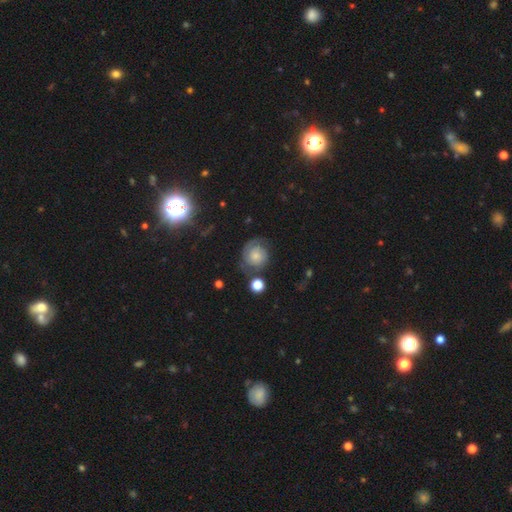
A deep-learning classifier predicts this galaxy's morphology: Smooth or featured?
  - featured or disk: 61% *
  - smooth: 30%
  - star or artifact: 10%
Edge-on disk?
  - no: 97% *
  - yes: 3%
Bar?
  - no: 78% *
  - weak: 19%
  - strong: 3%
Spiral arms?
  - yes: 90% *
  - no: 10%
Spiral winding?
  - tight: 60% *
  - medium: 29%
  - loose: 11%
Spiral arm count?
  - 2: 57% *
  - can't tell: 21%
  - 1: 12%
  - 3: 6%
  - 4: 2%
  - more than 4: 2%
Bulge size?
  - small: 49% *
  - moderate: 32%
  - none: 10%
  - large: 7%
  - dominant: 2%
Merging?
  - none: 63% *
  - minor disturbance: 21%
  - major disturbance: 11%
  - merger: 5%